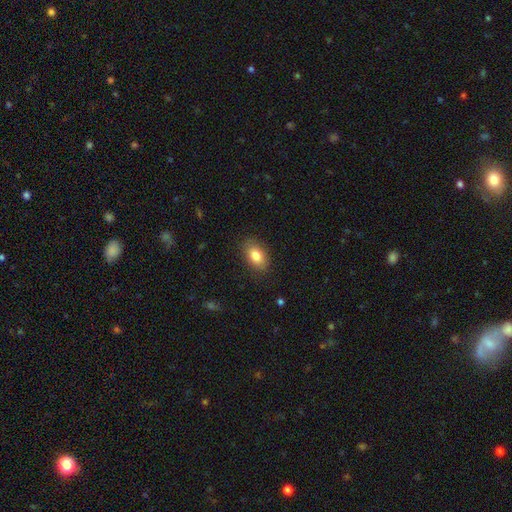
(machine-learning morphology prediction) Smooth or featured?
  - smooth: 83% *
  - featured or disk: 10%
  - star or artifact: 8%
How rounded?
  - in between: 88% *
  - round: 10%
  - cigar-shaped: 2%
Merging?
  - none: 85% *
  - minor disturbance: 11%
  - major disturbance: 3%
  - merger: 1%